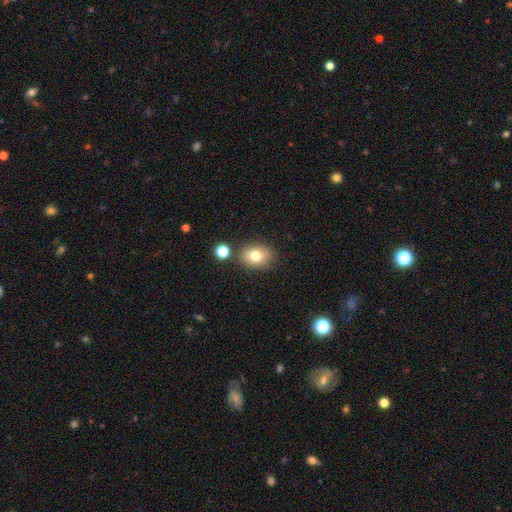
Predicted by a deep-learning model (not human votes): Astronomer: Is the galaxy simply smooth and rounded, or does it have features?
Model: smooth — 79%.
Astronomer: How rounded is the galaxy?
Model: in between — 55% (runner-up: round, 44%).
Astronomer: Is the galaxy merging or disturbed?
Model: none — 80%.